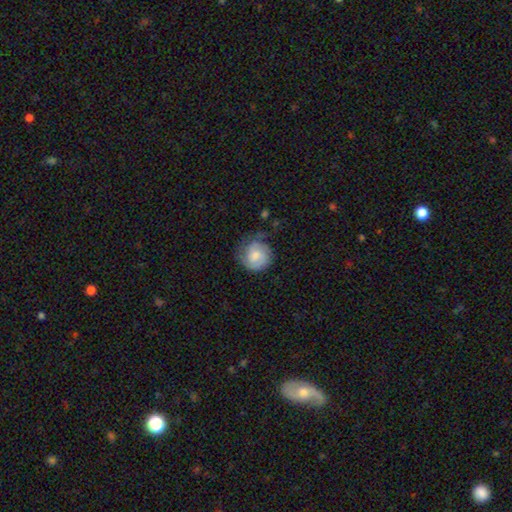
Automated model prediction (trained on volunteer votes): This is possibly a smooth galaxy (59%). How rounded: clearly round (86%). Merging: possibly none (56%).